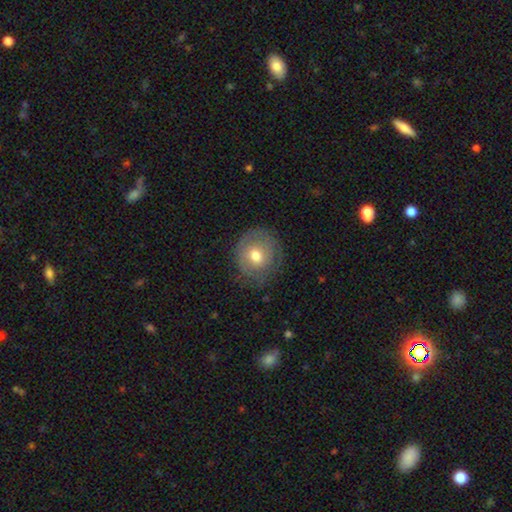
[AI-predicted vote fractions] smooth-or-featured: smooth: 62% | featured or disk: 30% | star or artifact: 8%
  how-rounded: round: 76% | in between: 23% | cigar-shaped: 1%
  merging: none: 70% | minor disturbance: 21% | major disturbance: 8% | merger: 1%